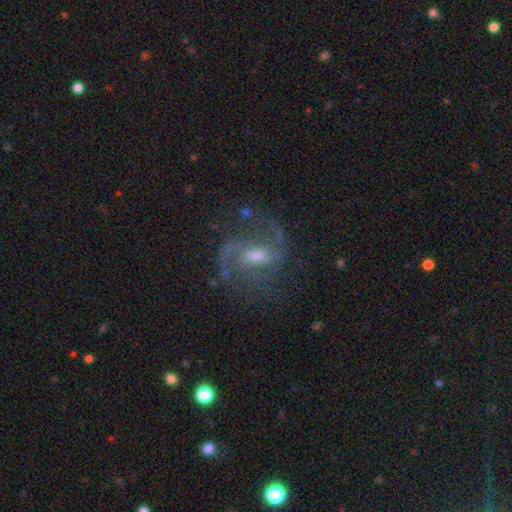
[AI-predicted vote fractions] smooth_or_featured: featured or disk (p=0.80) [alt: star or artifact p=0.12]
disk_edge_on: no (p=0.97) [alt: yes p=0.03]
bar: weak (p=0.53) [alt: strong p=0.25]
has_spiral_arms: yes (p=0.95) [alt: no p=0.05]
spiral_winding: medium (p=0.52) [alt: loose p=0.29]
spiral_arm_count: 2 (p=0.68) [alt: 3 p=0.11]
bulge_size: moderate (p=0.49) [alt: small p=0.39]
merging: none (p=0.72) [alt: minor disturbance p=0.15]